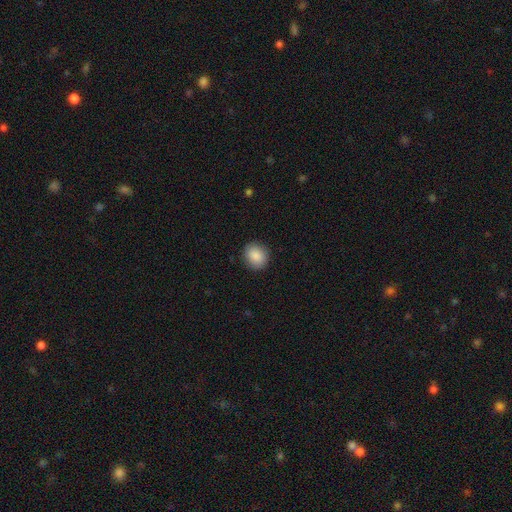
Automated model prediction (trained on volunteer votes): This appears to be a smooth galaxy with no disk features (88%) that is round (75%). Merging: none (89%).